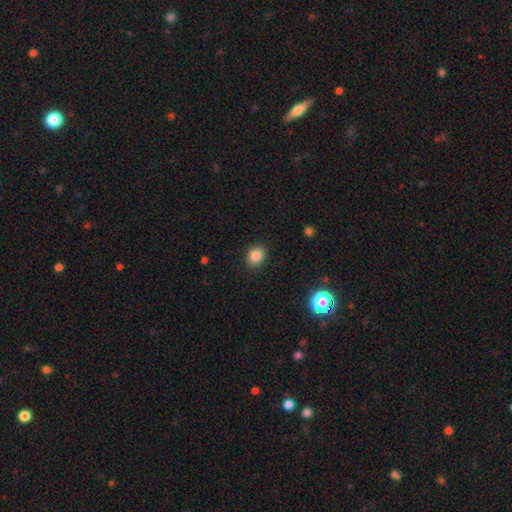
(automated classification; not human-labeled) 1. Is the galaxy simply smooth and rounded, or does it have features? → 85% smooth, 11% star or artifact, 5% featured or disk.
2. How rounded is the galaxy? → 50% round, 49% in between, 1% cigar-shaped.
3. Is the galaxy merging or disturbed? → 89% none, 8% minor disturbance, 2% major disturbance, 1% merger.